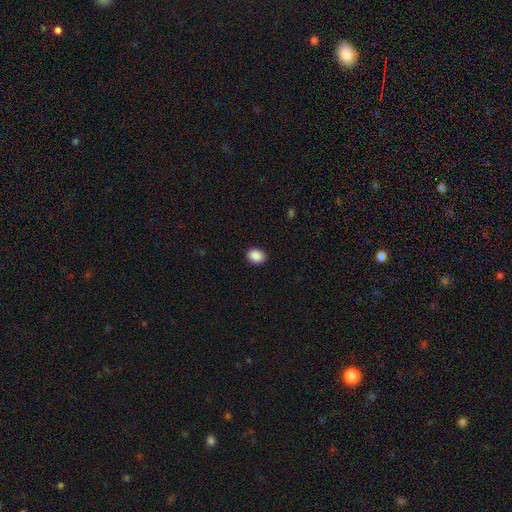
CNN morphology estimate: Smooth or featured?
  - smooth: 90% *
  - star or artifact: 8%
  - featured or disk: 2%
How rounded?
  - in between: 54% *
  - round: 46%
  - cigar-shaped: 1%
Merging?
  - none: 91% *
  - minor disturbance: 6%
  - major disturbance: 2%
  - merger: 1%